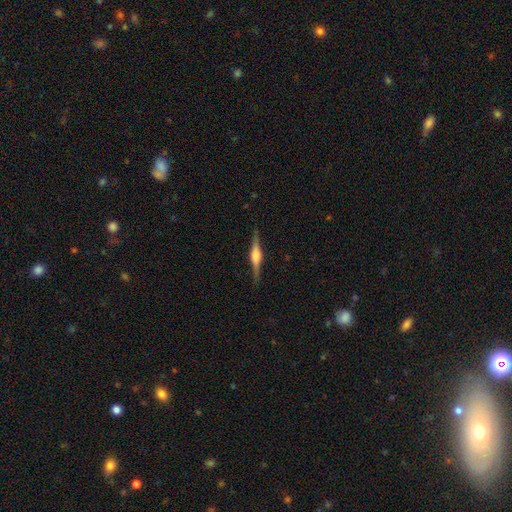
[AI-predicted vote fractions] Overall: featured or disk (77%). Edge-on disk: yes (98%). Edge-on bulge: rounded (72%). Merging: none (88%).